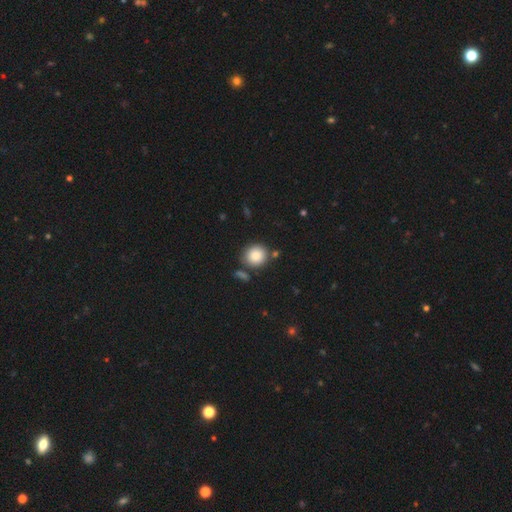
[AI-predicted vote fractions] This is clearly a smooth galaxy (86%). How rounded: clearly round (88%). Merging: likely none (78%).